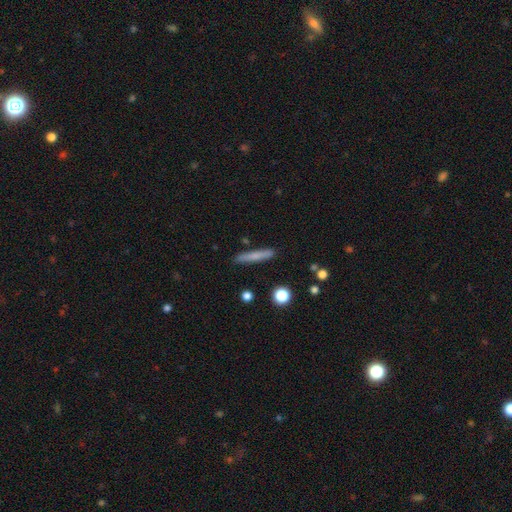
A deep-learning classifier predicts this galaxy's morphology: Overall: smooth (69%). How rounded: cigar-shaped (93%). Merging: none (88%).